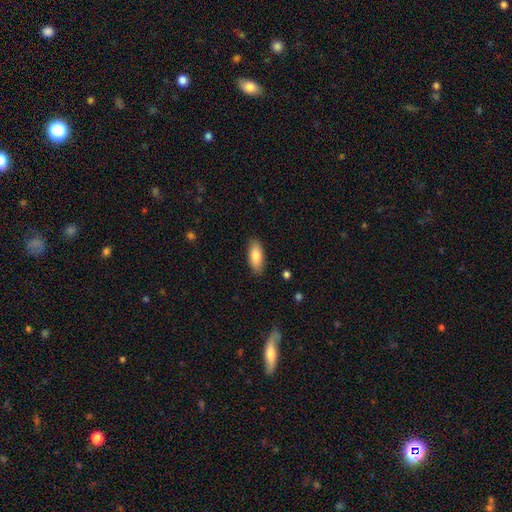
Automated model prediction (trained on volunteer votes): This appears to be a smooth galaxy with no disk features (85%) that is in between round and cigar-shaped (82%). Merging: none (87%).